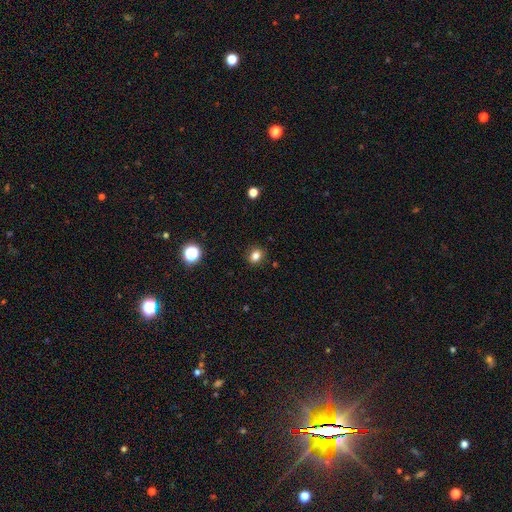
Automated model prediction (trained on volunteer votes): Overall: smooth (82%). How rounded: round (55%; in between 44%). Merging: none (88%).